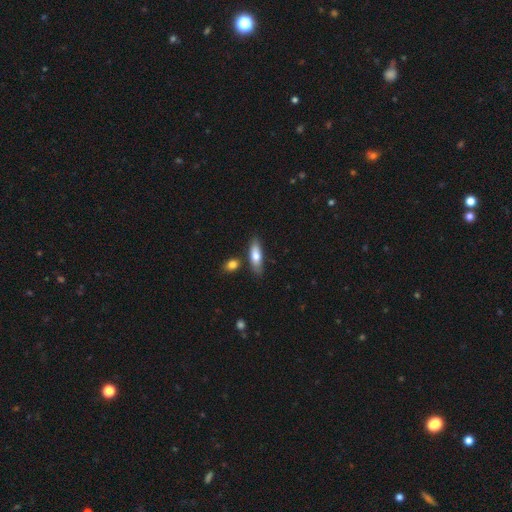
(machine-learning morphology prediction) The model was most divided on "how rounded": in between: 54%, cigar-shaped: 44%, round: 3%. More confident: merging — none (76%); smooth or featured — smooth (74%).